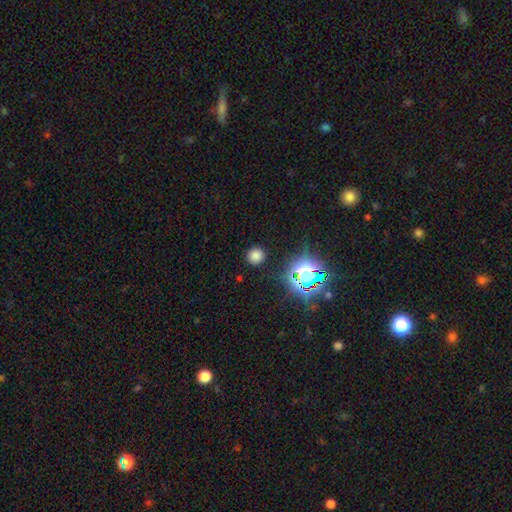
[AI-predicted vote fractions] smooth-or-featured: smooth: 73% | star or artifact: 21% | featured or disk: 5%
  how-rounded: round: 92% | in between: 7% | cigar-shaped: 1%
  merging: none: 88% | minor disturbance: 7% | major disturbance: 3% | merger: 2%